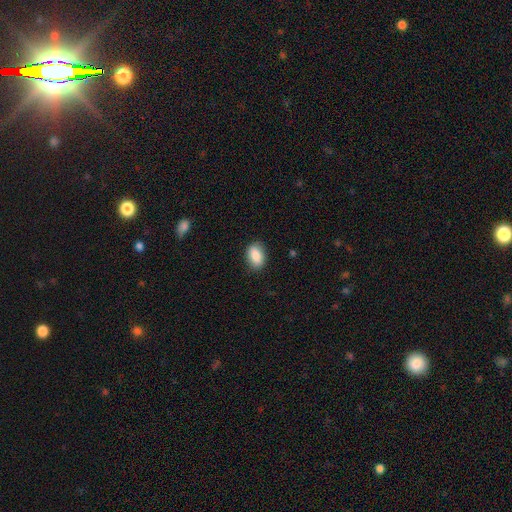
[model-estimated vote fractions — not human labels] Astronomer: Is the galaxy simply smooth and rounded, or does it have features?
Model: smooth — 87%.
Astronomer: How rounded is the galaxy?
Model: in between — 86%.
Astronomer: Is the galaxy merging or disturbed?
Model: none — 85%.